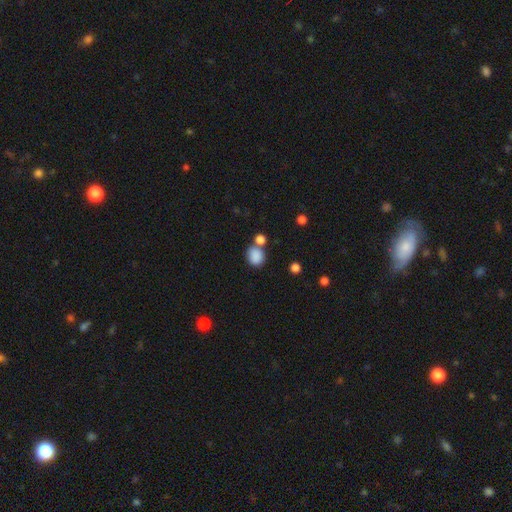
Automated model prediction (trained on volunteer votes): Morphology: type=smooth (85%); roundness=round (66%); merging=none (59%).